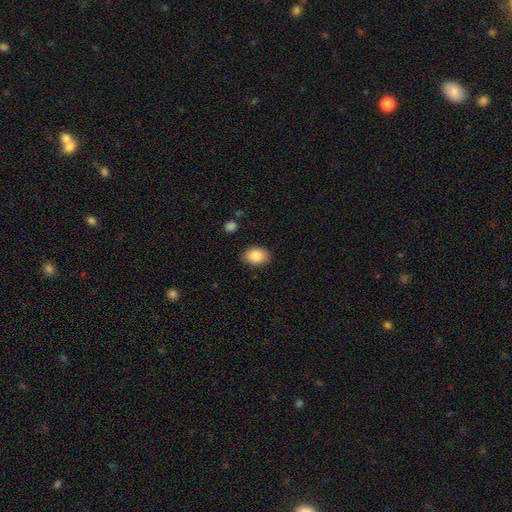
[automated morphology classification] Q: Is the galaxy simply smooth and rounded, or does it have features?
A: smooth — 86%.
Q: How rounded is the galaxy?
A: in between — 75%.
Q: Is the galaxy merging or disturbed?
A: none — 87%.